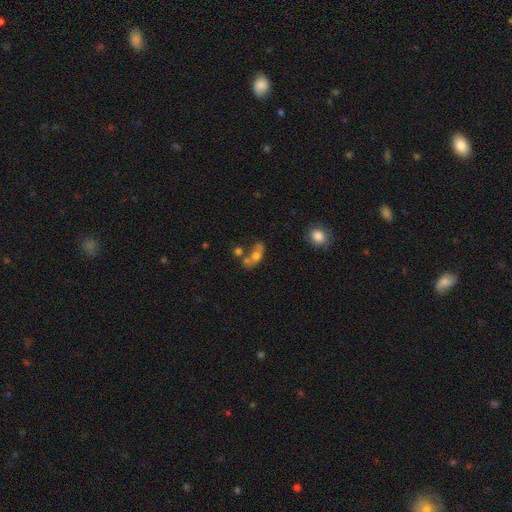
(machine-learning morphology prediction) A smooth galaxy with no disk features (56%) that is in between round and cigar-shaped (68%).

Vote fractions:
- Smooth or featured? smooth: 56% / featured or disk: 32% / star or artifact: 12%
- How rounded? in between: 68% / round: 20% / cigar-shaped: 13%
- Merging? merger: 39% / none: 34% / minor disturbance: 16% / major disturbance: 11%